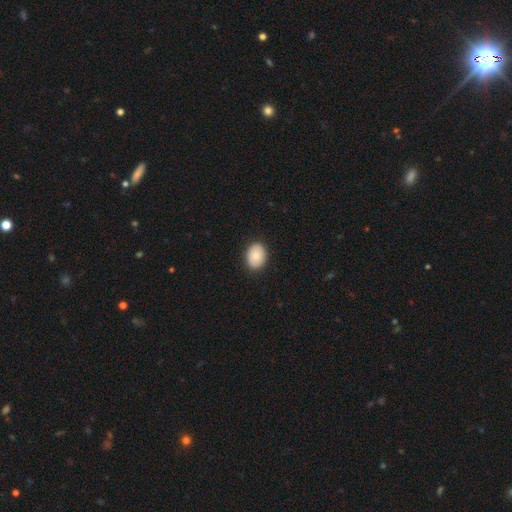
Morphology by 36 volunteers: Q: Smooth or featured?
A: smooth (86%); runner-up: featured or disk (8%)
Q: How rounded?
A: in between (71%); runner-up: round (29%)
Q: Merging?
A: none (91%); runner-up: minor disturbance (9%)